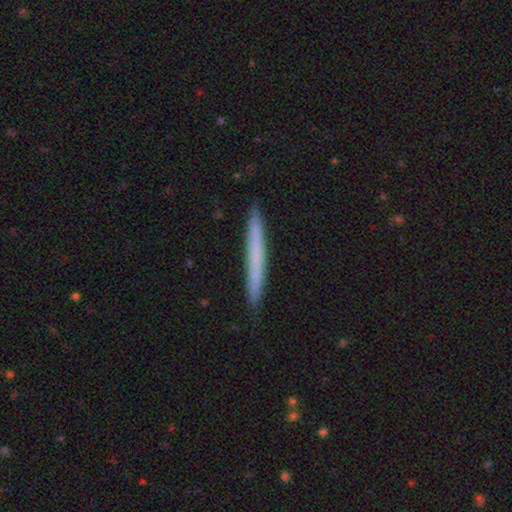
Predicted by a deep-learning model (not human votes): Smooth or featured?
  - smooth: 60% *
  - featured or disk: 34%
  - star or artifact: 6%
How rounded?
  - cigar-shaped: 97% *
  - in between: 1%
  - round: 1%
Merging?
  - none: 92% *
  - minor disturbance: 6%
  - major disturbance: 1%
  - merger: 1%